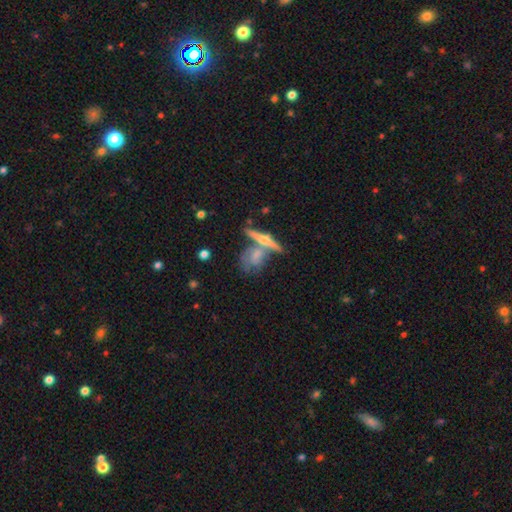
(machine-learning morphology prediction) Smooth or featured? featured or disk (54%)
Edge-on disk? yes (69%)
Merging? none (45%)